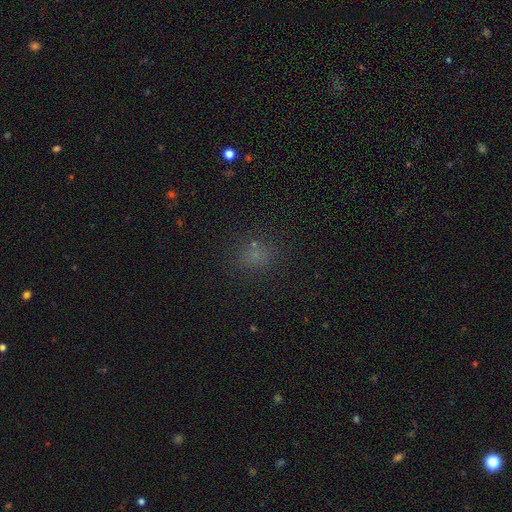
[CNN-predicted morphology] smooth_or_featured: smooth (p=0.64) [alt: star or artifact p=0.28]
how_rounded: round (p=0.70) [alt: in between p=0.28]
merging: none (p=0.80) [alt: minor disturbance p=0.12]